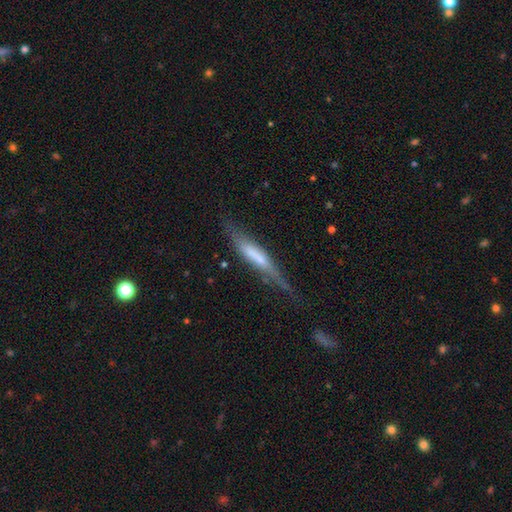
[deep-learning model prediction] This appears to be a featured or disk galaxy (52%) viewed edge-on (86%). Merging: none (59%).